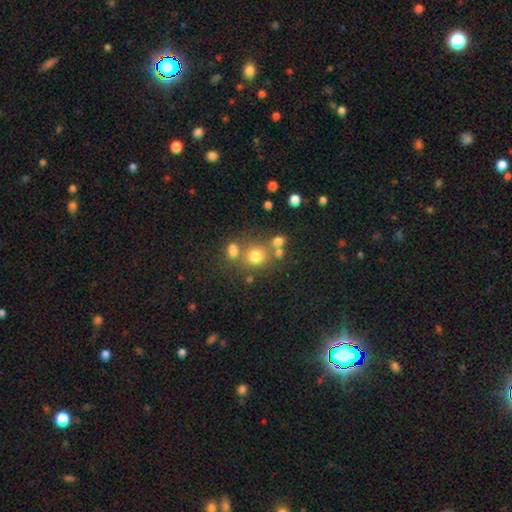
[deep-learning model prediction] smooth-or-featured: smooth: 72% | star or artifact: 16% | featured or disk: 11%
  how-rounded: round: 82% | in between: 17% | cigar-shaped: 1%
  merging: none: 61% | merger: 22% | minor disturbance: 11% | major disturbance: 6%